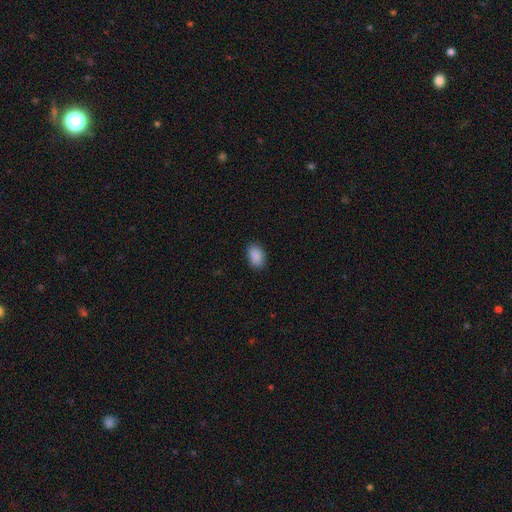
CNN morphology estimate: Smooth or featured?
  - smooth: 88% *
  - star or artifact: 8%
  - featured or disk: 4%
How rounded?
  - in between: 87% *
  - round: 11%
  - cigar-shaped: 1%
Merging?
  - none: 86% *
  - minor disturbance: 10%
  - major disturbance: 2%
  - merger: 1%